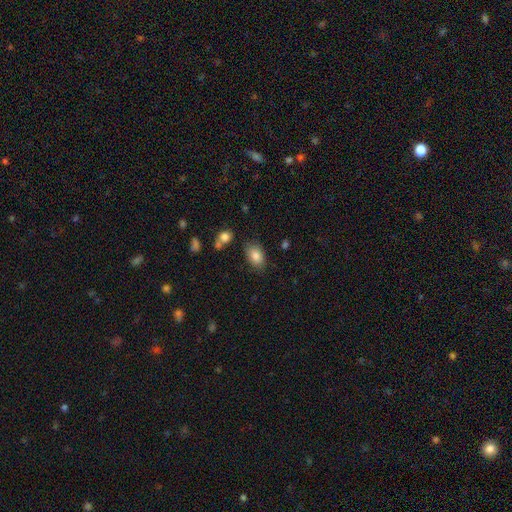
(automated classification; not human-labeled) The model was most divided on "merging": none: 78%, minor disturbance: 15%, merger: 4%, major disturbance: 4%. More confident: smooth or featured — smooth (84%); how rounded — in between (84%).